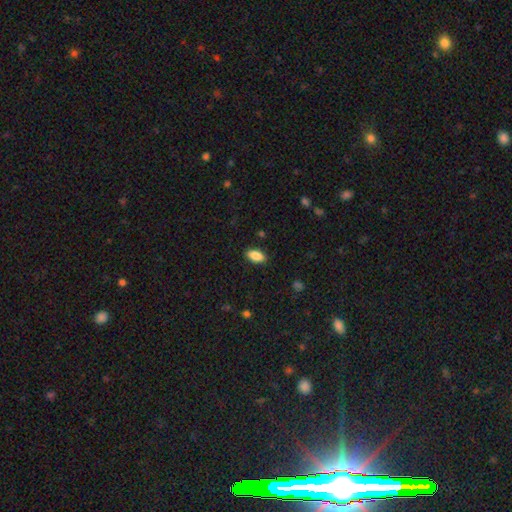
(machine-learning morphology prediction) Smooth or featured?
  - smooth: 87% *
  - star or artifact: 8%
  - featured or disk: 5%
How rounded?
  - in between: 92% *
  - cigar-shaped: 5%
  - round: 3%
Merging?
  - none: 88% *
  - minor disturbance: 9%
  - major disturbance: 2%
  - merger: 1%